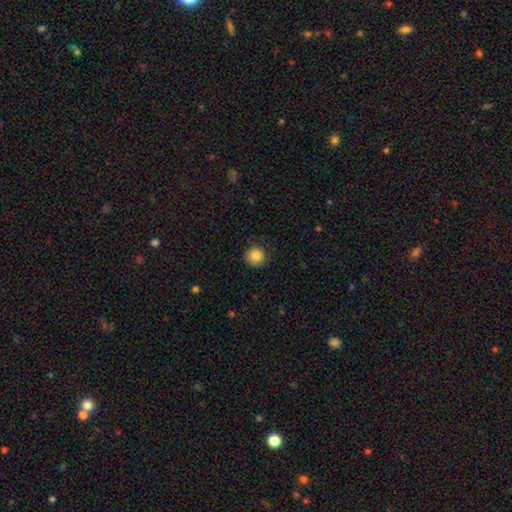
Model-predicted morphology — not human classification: Smooth or featured?
  - smooth: 85% *
  - star or artifact: 9%
  - featured or disk: 5%
How rounded?
  - round: 93% *
  - in between: 6%
  - cigar-shaped: 1%
Merging?
  - none: 84% *
  - minor disturbance: 12%
  - major disturbance: 3%
  - merger: 1%